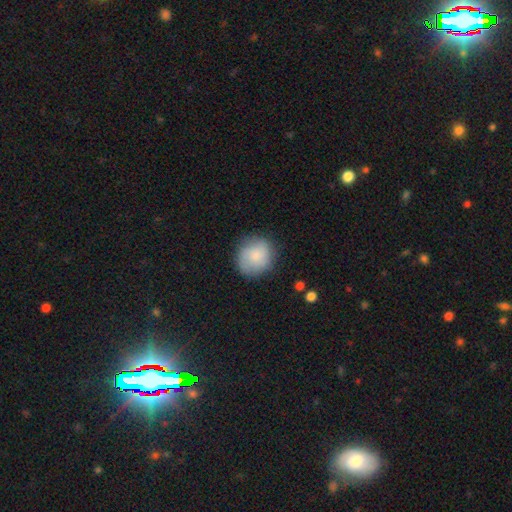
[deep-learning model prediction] This appears to be a smooth galaxy with no disk features (77%) that is round (86%). Merging: none (78%).